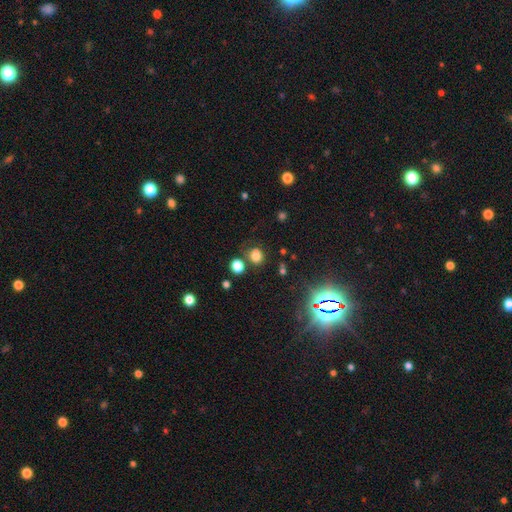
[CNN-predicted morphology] A smooth galaxy with no disk features (75%) that is round (70%).

Vote fractions:
- Smooth or featured? smooth: 75% / star or artifact: 19% / featured or disk: 7%
- How rounded? round: 70% / in between: 29% / cigar-shaped: 1%
- Merging? none: 71% / minor disturbance: 13% / merger: 9% / major disturbance: 6%